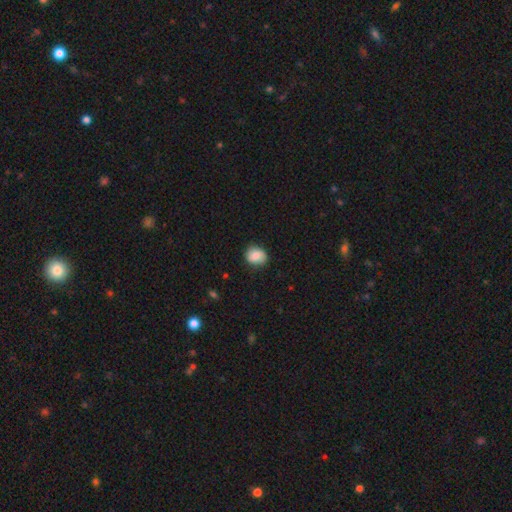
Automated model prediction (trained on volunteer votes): This is clearly a smooth galaxy (82%). How rounded: likely round (69%). Merging: clearly none (81%).